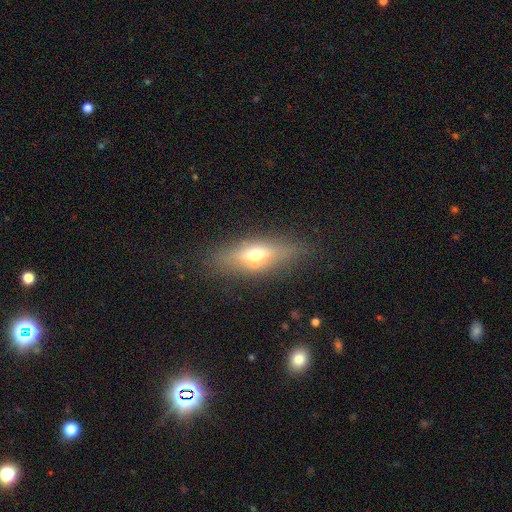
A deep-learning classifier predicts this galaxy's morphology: Smooth or featured? Predicted: smooth (p=0.49). Merging? Predicted: none (p=0.76).